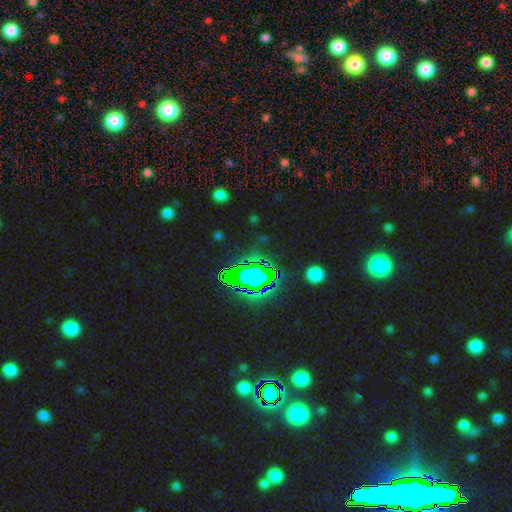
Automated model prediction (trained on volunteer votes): star or artifact 76%, smooth 14%, featured or disk 10%.